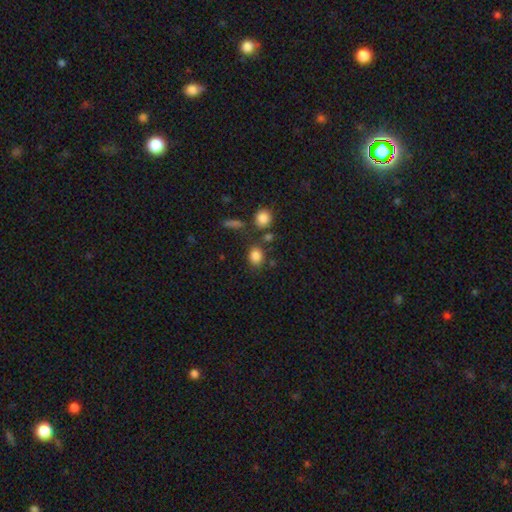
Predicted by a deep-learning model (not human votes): Smooth or featured?
  - smooth: 84% *
  - star or artifact: 11%
  - featured or disk: 6%
How rounded?
  - round: 55% *
  - in between: 43%
  - cigar-shaped: 2%
Merging?
  - none: 74% *
  - minor disturbance: 12%
  - merger: 10%
  - major disturbance: 4%